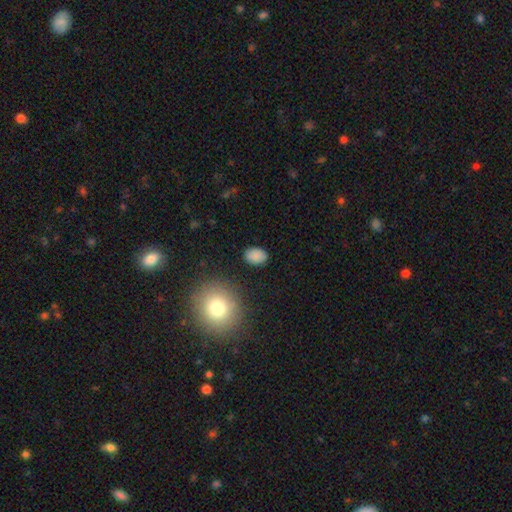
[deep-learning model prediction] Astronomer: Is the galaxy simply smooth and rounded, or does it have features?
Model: smooth — 85%.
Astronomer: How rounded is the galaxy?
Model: in between — 80%.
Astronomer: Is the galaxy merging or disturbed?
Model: none — 85%.